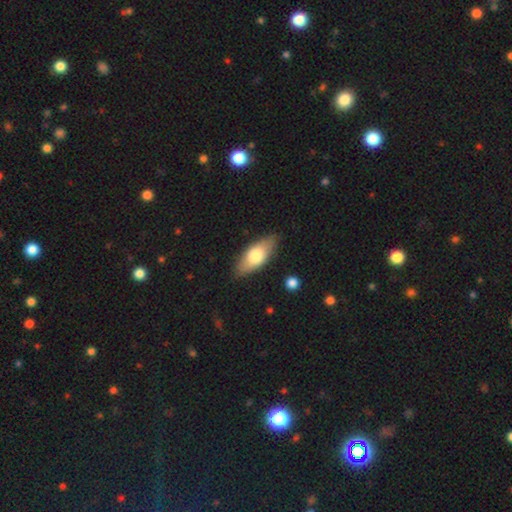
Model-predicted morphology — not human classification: This appears to be a smooth galaxy with no disk features (69%) that is in between round and cigar-shaped (78%). Merging: none (84%).